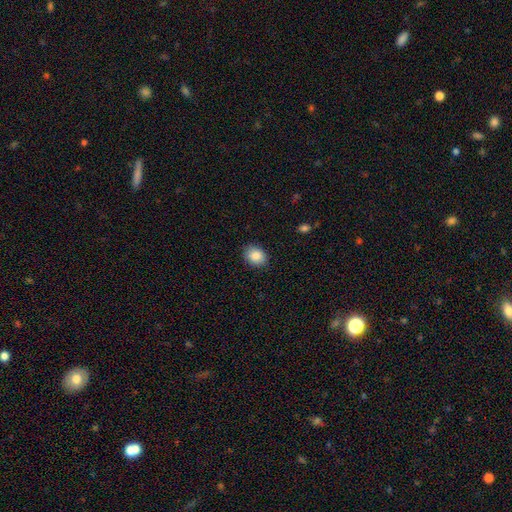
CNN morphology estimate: This appears to be a smooth galaxy with no disk features (86%) that is in between round and cigar-shaped (57%). Merging: none (88%).